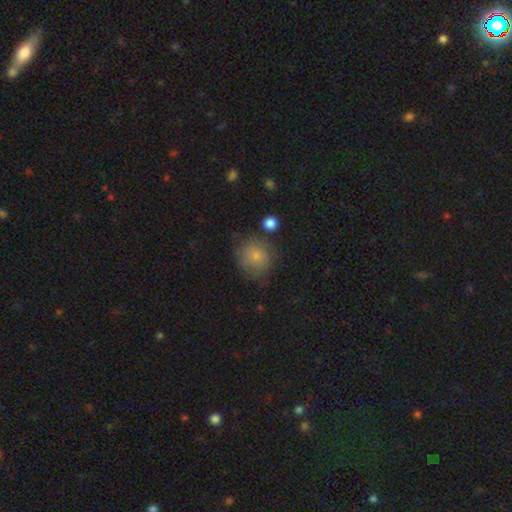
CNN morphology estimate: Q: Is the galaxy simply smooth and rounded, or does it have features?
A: smooth — 76%.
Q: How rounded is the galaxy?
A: round — 87%.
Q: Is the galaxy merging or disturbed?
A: none — 70%.